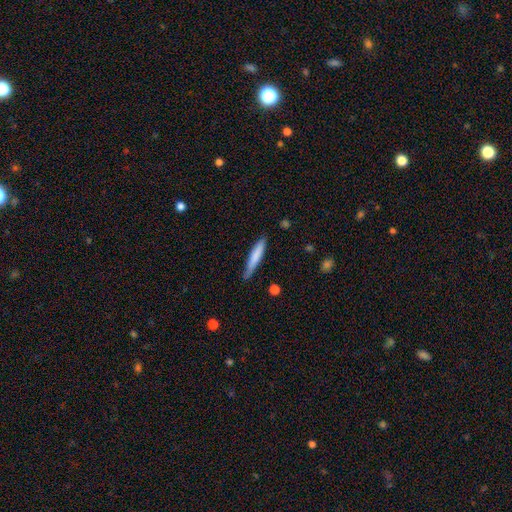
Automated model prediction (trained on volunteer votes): A smooth galaxy with no disk features (73%) that is cigar-shaped (92%).

Vote fractions:
- Smooth or featured? smooth: 73% / featured or disk: 21% / star or artifact: 5%
- How rounded? cigar-shaped: 92% / in between: 7% / round: 1%
- Merging? none: 77% / minor disturbance: 18% / major disturbance: 3% / merger: 2%